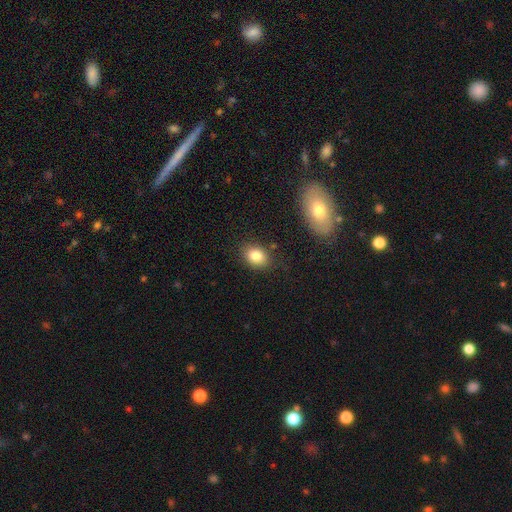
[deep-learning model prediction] This is clearly a smooth galaxy (82%). How rounded: likely in between (65%). Merging: clearly none (83%).